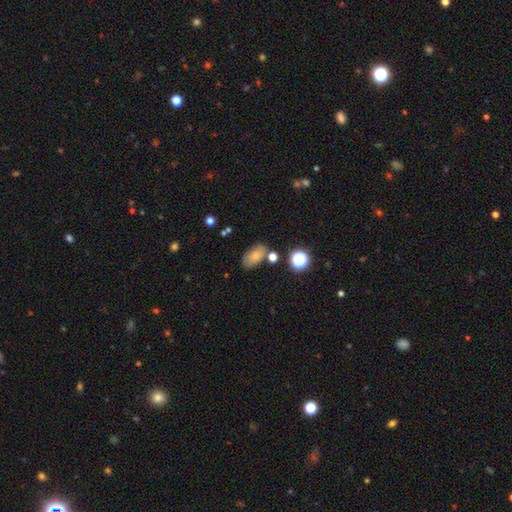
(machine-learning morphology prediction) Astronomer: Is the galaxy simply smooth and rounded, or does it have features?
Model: smooth — 74%.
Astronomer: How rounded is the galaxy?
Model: in between — 88%.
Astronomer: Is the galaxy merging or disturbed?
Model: none — 67%.